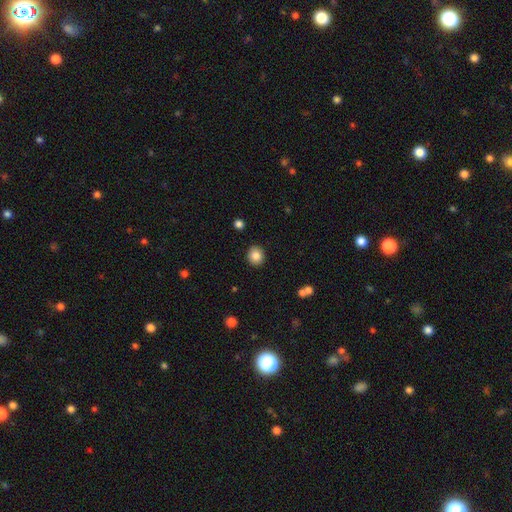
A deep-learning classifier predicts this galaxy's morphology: smooth-or-featured: smooth: 84% | star or artifact: 9% | featured or disk: 6%
  how-rounded: round: 77% | in between: 22% | cigar-shaped: 1%
  merging: none: 91% | minor disturbance: 6% | major disturbance: 2% | merger: 1%